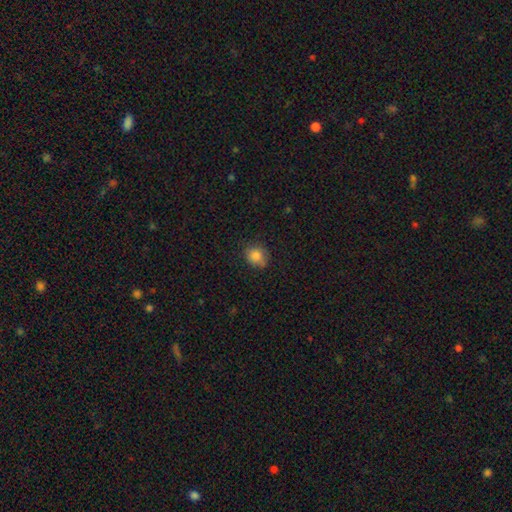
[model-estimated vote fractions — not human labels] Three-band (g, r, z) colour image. It shows a smooth galaxy with no disk features (84%) that is round (73%). Merging: none (73%).